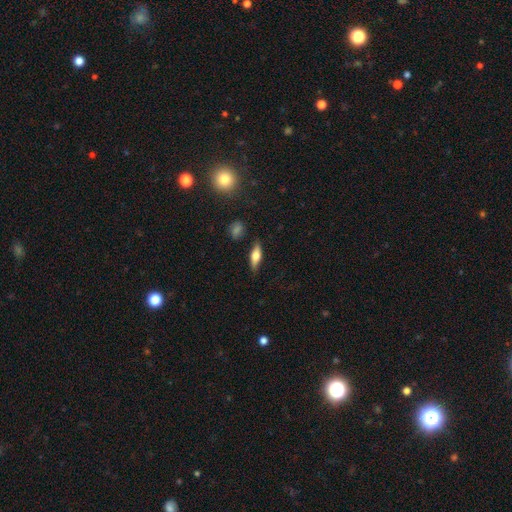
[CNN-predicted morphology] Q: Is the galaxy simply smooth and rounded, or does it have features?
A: smooth — 58%.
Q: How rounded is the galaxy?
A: in between — 56%.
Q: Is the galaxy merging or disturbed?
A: none — 84%.